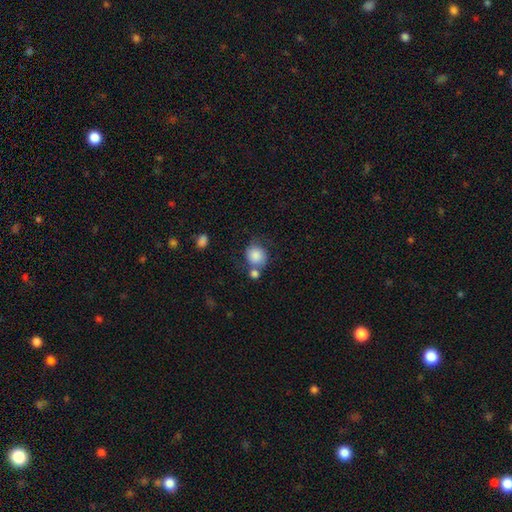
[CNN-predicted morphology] smooth-or-featured: smooth: 81% | featured or disk: 11% | star or artifact: 8%
  how-rounded: round: 80% | in between: 19% | cigar-shaped: 1%
  merging: none: 48% | merger: 26% | minor disturbance: 18% | major disturbance: 8%